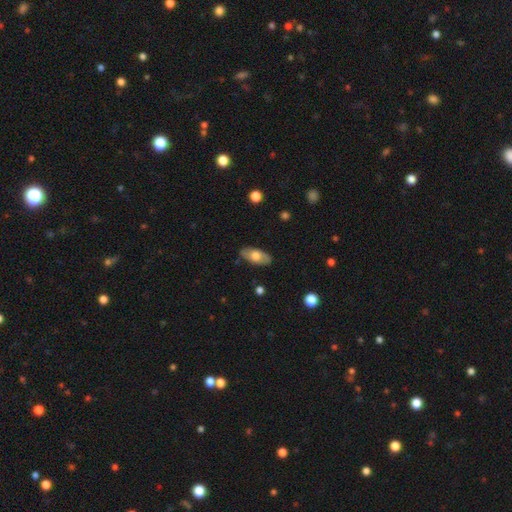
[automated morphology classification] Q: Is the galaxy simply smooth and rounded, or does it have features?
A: smooth — 60%.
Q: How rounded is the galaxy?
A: in between — 90%.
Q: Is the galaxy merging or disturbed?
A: none — 83%.